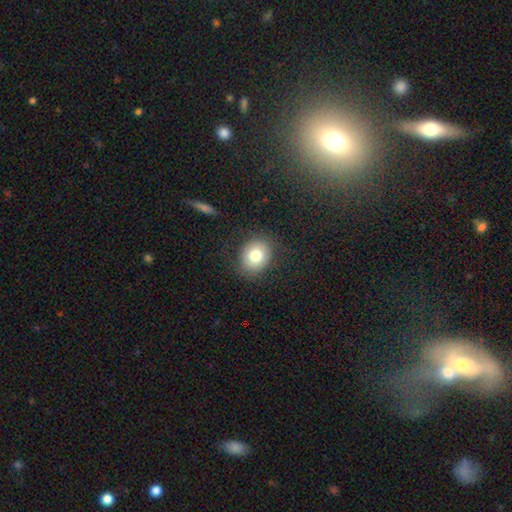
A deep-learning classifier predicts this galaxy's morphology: The model was most divided on "how rounded": round: 61%, in between: 38%, cigar-shaped: 1%. More confident: merging — none (83%); smooth or featured — smooth (78%).